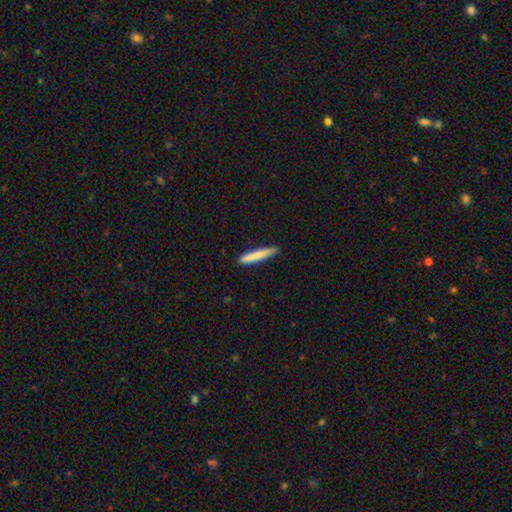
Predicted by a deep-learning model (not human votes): Overall: smooth (81%). How rounded: cigar-shaped (94%). Merging: none (87%).